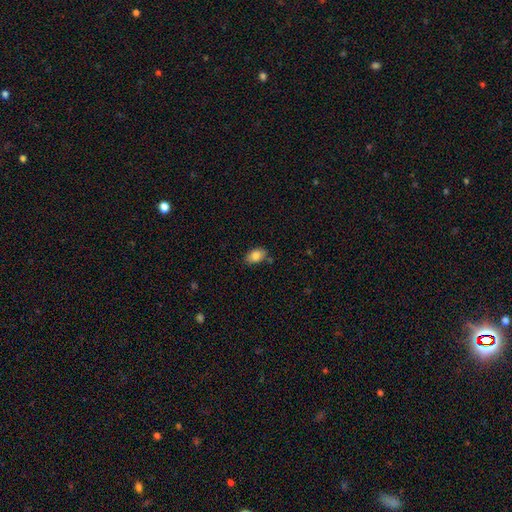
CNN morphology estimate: type=smooth (85%); roundness=in between (86%); merging=none (76%).